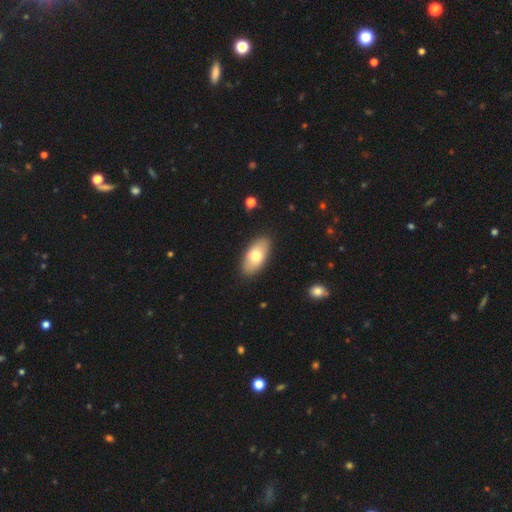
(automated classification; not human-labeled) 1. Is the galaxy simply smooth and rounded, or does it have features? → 73% smooth, 21% featured or disk, 6% star or artifact.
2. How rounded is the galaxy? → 92% in between, 5% cigar-shaped, 3% round.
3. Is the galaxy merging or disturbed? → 87% none, 9% minor disturbance, 2% major disturbance, 1% merger.